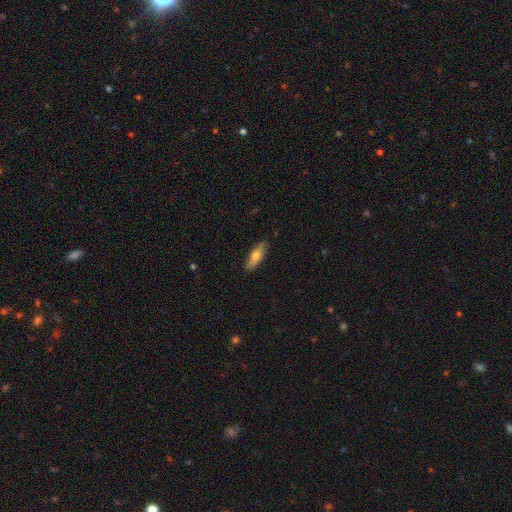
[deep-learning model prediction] Q: Smooth or featured?
A: smooth (70%); runner-up: featured or disk (24%)
Q: How rounded?
A: in between (53%); runner-up: cigar-shaped (45%)
Q: Merging?
A: none (85%); runner-up: minor disturbance (12%)